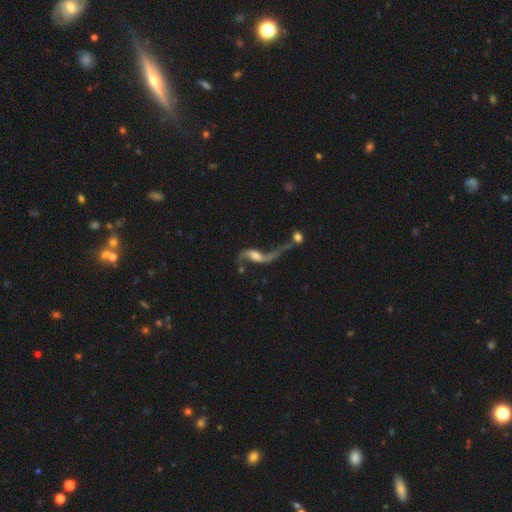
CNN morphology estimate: Smooth or featured? featured or disk (84%)
Edge-on disk? no (92%)
Bar? no (45%)
Spiral arms? yes (92%)
Spiral winding? loose (93%)
Spiral arm count? 2 (90%)
Bulge size? moderate (44%)
Merging? merger (36%)